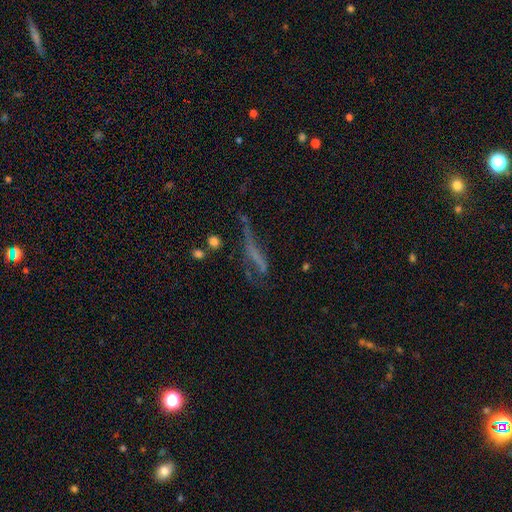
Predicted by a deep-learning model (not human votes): The model was most divided on "merging": major disturbance: 39%, none: 32%, minor disturbance: 20%, merger: 9%. Remaining: smooth or featured — featured or disk (43%).